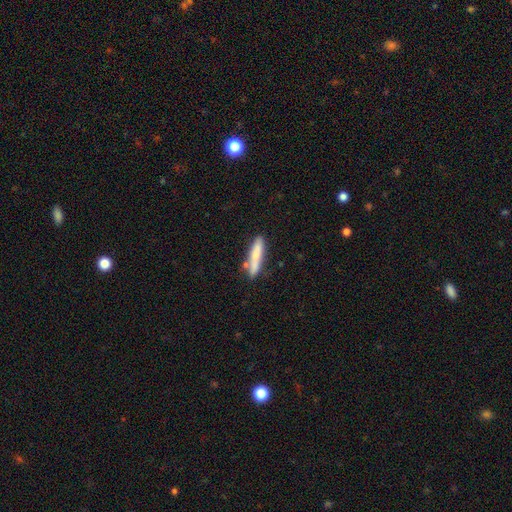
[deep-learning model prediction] A smooth galaxy with no disk features (74%) that is cigar-shaped (86%).

Vote fractions:
- Smooth or featured? smooth: 74% / featured or disk: 20% / star or artifact: 6%
- How rounded? cigar-shaped: 86% / in between: 12% / round: 2%
- Merging? none: 73% / minor disturbance: 15% / merger: 8% / major disturbance: 3%